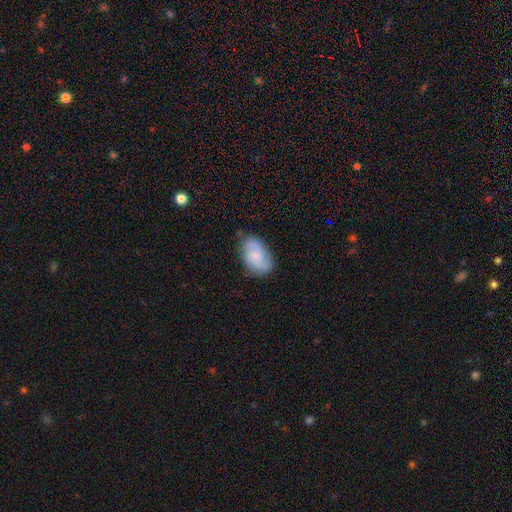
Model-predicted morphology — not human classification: Overall: featured or disk (48%; smooth 44%). Merging: none (71%).